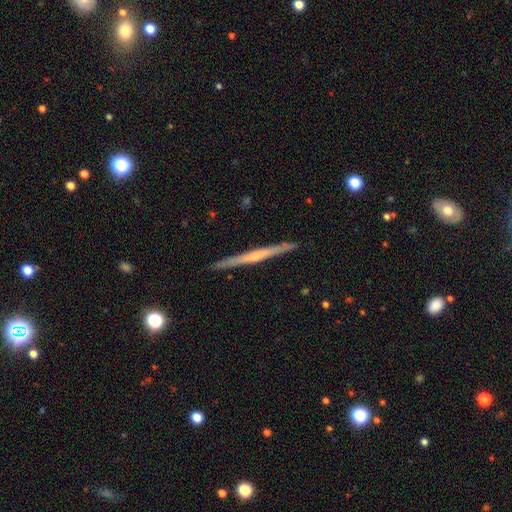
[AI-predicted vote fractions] Smooth or featured? Predicted: featured or disk (p=0.64). Edge-on disk? Predicted: yes (p=0.98). Edge-on bulge? Predicted: none (p=0.55). Merging? Predicted: none (p=0.91).